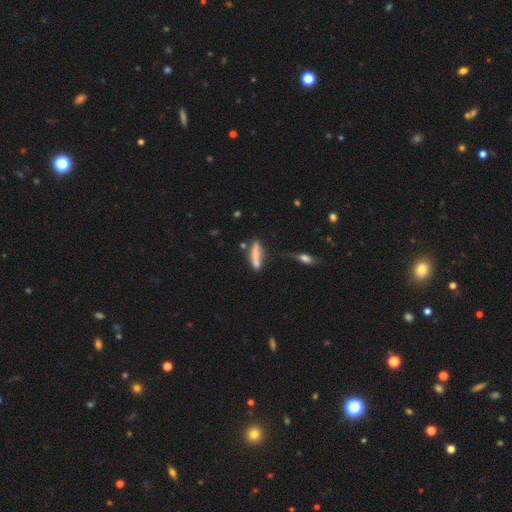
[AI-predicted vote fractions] smooth_or_featured: smooth (p=0.73) [alt: featured or disk p=0.20]
how_rounded: cigar-shaped (p=0.81) [alt: in between p=0.17]
merging: none (p=0.60) [alt: minor disturbance p=0.20]